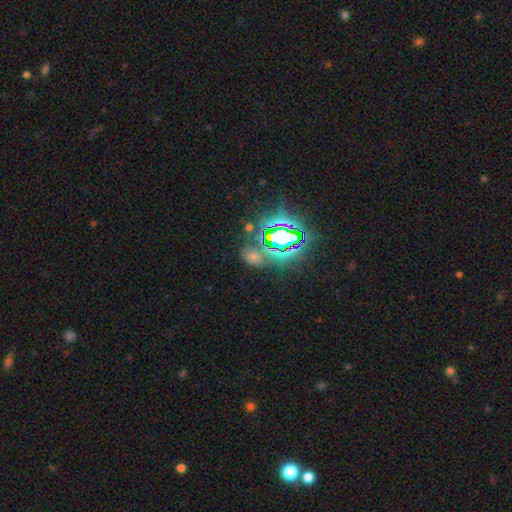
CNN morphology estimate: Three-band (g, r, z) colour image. It shows a star or artifact, not a galaxy (58%).